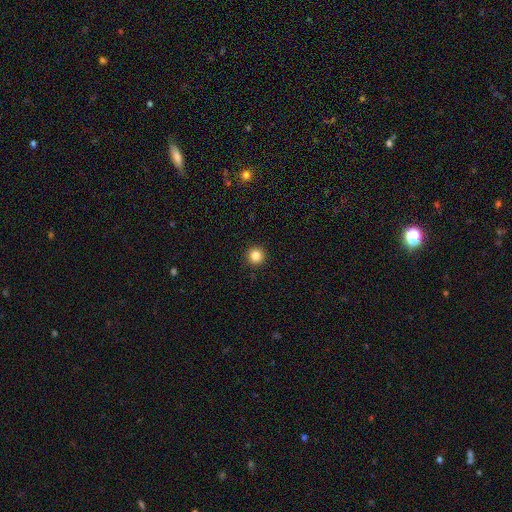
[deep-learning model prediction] A smooth galaxy with no disk features (84%) that is round (96%).

Vote fractions:
- Smooth or featured? smooth: 84% / star or artifact: 12% / featured or disk: 5%
- How rounded? round: 96% / in between: 3% / cigar-shaped: 1%
- Merging? none: 93% / minor disturbance: 4% / major disturbance: 2% / merger: 1%